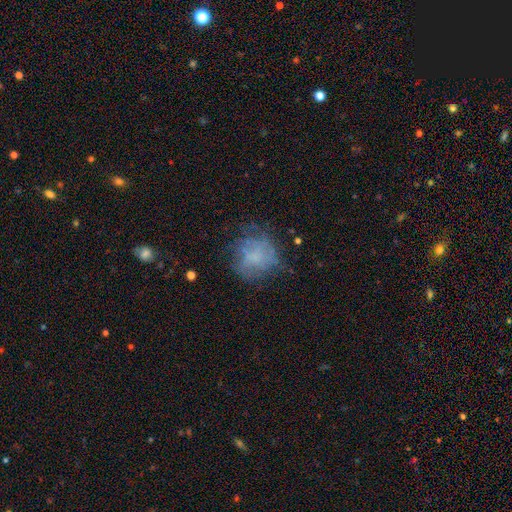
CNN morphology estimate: This is possibly a smooth galaxy (48%). Merging: likely none (60%).